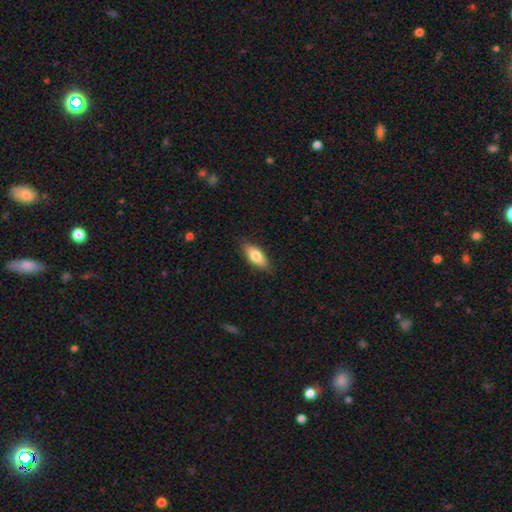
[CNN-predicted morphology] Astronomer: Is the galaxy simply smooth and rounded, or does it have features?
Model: smooth — 75%.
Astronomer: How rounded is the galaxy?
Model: in between — 76%.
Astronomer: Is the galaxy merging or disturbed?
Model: none — 85%.